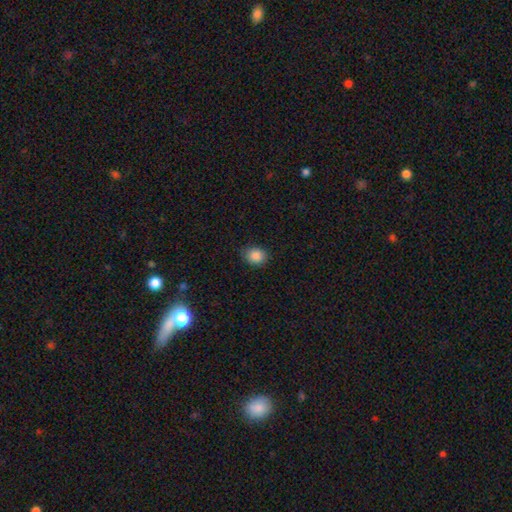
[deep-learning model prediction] smooth_or_featured: smooth (p=0.87) [alt: star or artifact p=0.10]
how_rounded: round (p=0.67) [alt: in between p=0.32]
merging: none (p=0.84) [alt: minor disturbance p=0.12]